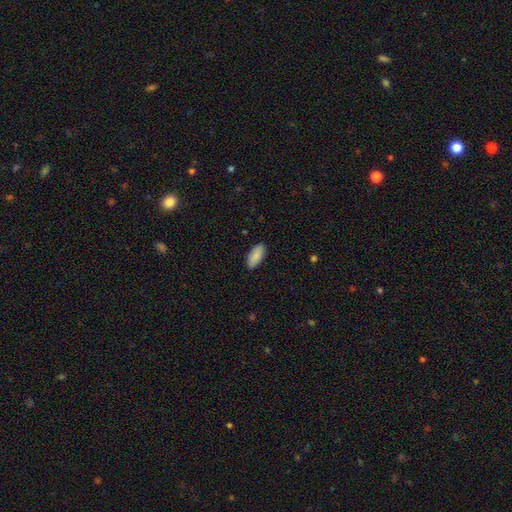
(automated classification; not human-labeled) The model was most divided on "smooth or featured": smooth: 86%, featured or disk: 8%, star or artifact: 6%. More confident: how rounded — in between (90%); merging — none (88%).